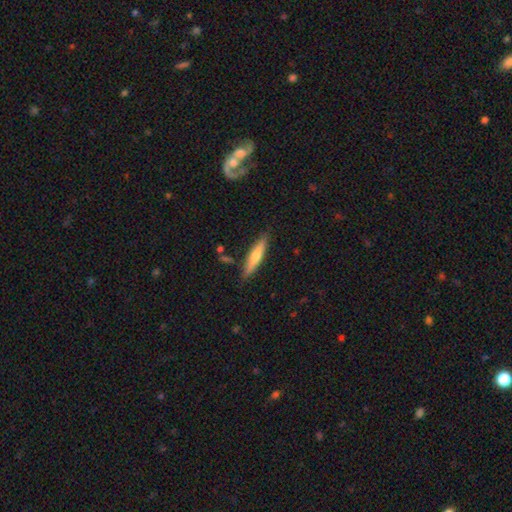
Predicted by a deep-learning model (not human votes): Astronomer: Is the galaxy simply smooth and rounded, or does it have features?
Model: smooth — 49% (runner-up: featured or disk, 45%).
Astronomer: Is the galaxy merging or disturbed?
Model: none — 84%.